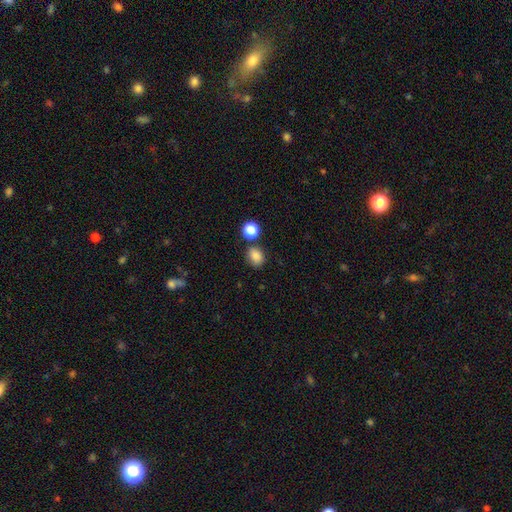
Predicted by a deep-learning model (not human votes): This appears to be a smooth galaxy with no disk features (84%) that is round (51%). Merging: none (75%).